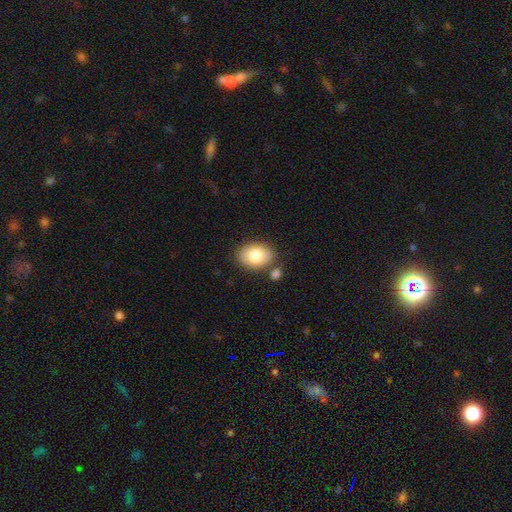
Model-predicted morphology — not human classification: type=smooth (81%); roundness=in between (80%); merging=none (75%).